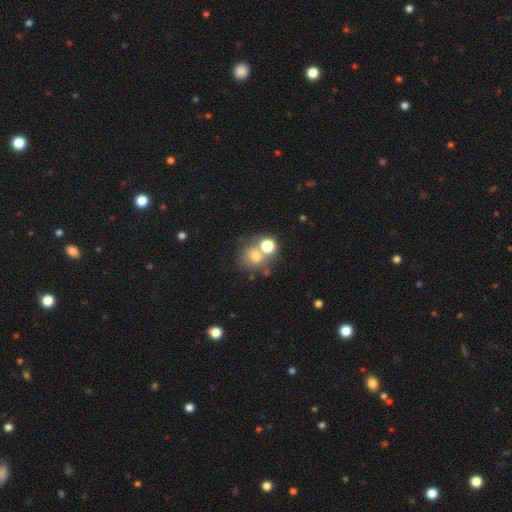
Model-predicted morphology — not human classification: A smooth galaxy with no disk features (64%) that is round (67%).

Vote fractions:
- Smooth or featured? smooth: 64% / featured or disk: 18% / star or artifact: 18%
- How rounded? round: 67% / in between: 32% / cigar-shaped: 1%
- Merging? merger: 42% / none: 40% / minor disturbance: 11% / major disturbance: 7%